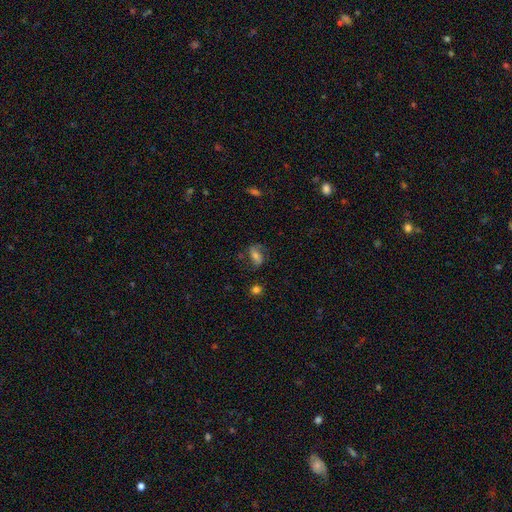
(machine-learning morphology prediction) Smooth or featured? Predicted: featured or disk (p=0.49). Merging? Predicted: none (p=0.65).